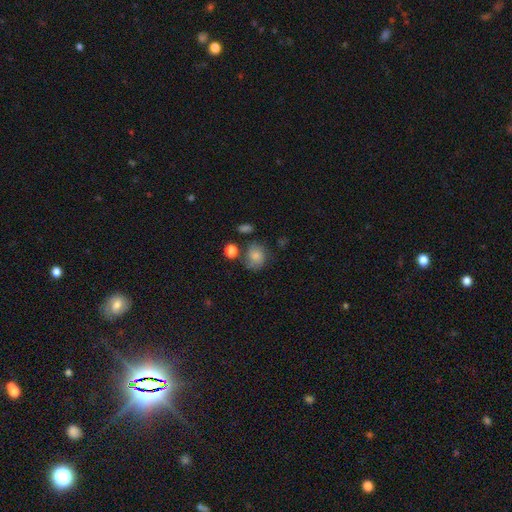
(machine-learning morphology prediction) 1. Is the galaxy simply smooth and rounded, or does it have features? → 73% smooth, 17% featured or disk, 10% star or artifact.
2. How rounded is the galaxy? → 67% round, 32% in between, 1% cigar-shaped.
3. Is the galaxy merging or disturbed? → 58% none, 24% minor disturbance, 10% major disturbance, 8% merger.